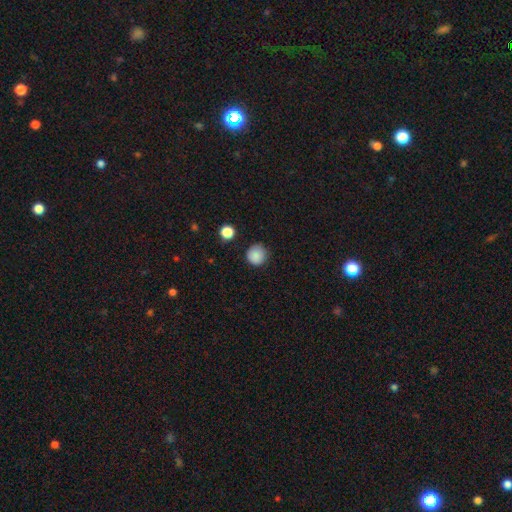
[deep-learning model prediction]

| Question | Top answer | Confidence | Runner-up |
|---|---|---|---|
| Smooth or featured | smooth | 86% | star or artifact (10%) |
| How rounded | round | 93% | in between (6%) |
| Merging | none | 85% | minor disturbance (11%) |